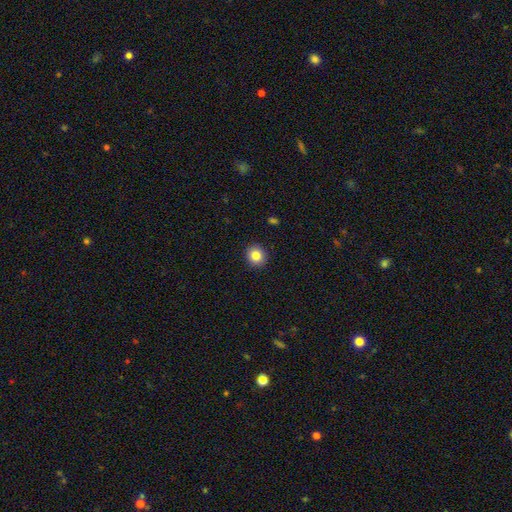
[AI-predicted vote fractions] Smooth or featured?
  - smooth: 84% *
  - star or artifact: 9%
  - featured or disk: 7%
How rounded?
  - round: 88% *
  - in between: 11%
  - cigar-shaped: 1%
Merging?
  - none: 92% *
  - minor disturbance: 5%
  - major disturbance: 2%
  - merger: 1%